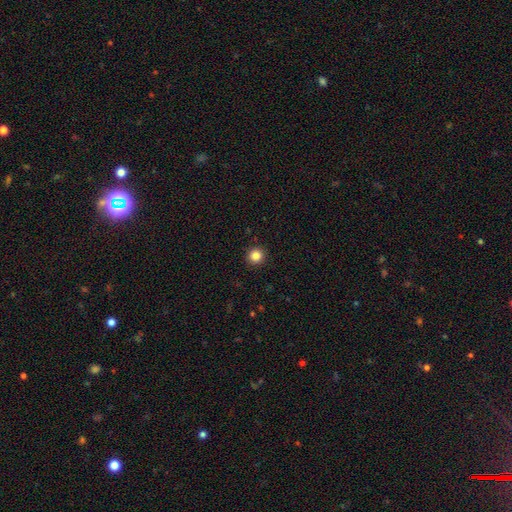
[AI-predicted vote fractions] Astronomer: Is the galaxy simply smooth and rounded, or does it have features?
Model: smooth — 85%.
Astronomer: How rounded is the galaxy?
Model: round — 95%.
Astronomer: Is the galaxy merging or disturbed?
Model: none — 93%.